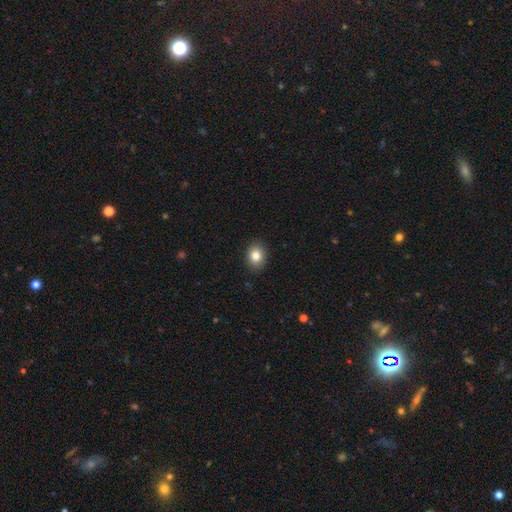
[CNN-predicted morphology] Smooth or featured?
  - smooth: 84% *
  - star or artifact: 9%
  - featured or disk: 6%
How rounded?
  - in between: 50% *
  - round: 49%
  - cigar-shaped: 1%
Merging?
  - none: 89% *
  - minor disturbance: 8%
  - major disturbance: 2%
  - merger: 1%